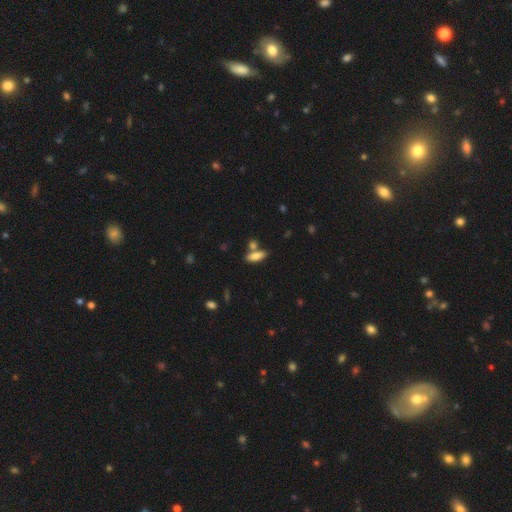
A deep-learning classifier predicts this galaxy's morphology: This is clearly a smooth galaxy (82%). How rounded: likely in between (66%). Merging: likely none (63%).